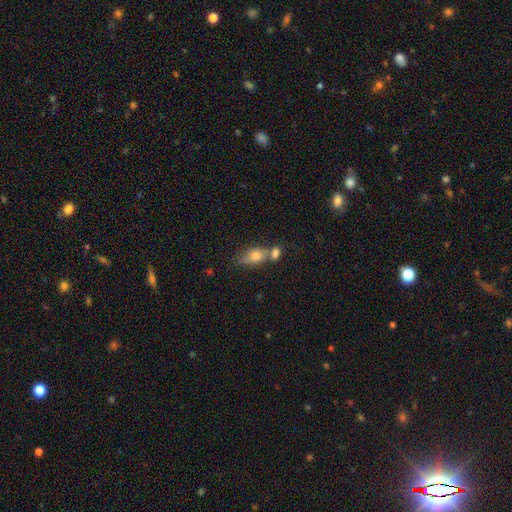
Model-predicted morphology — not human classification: A smooth galaxy with no disk features (66%) that is in between round and cigar-shaped (68%).

Vote fractions:
- Smooth or featured? smooth: 66% / featured or disk: 24% / star or artifact: 11%
- How rounded? in between: 68% / round: 19% / cigar-shaped: 13%
- Merging? merger: 41% / none: 39% / minor disturbance: 13% / major disturbance: 6%